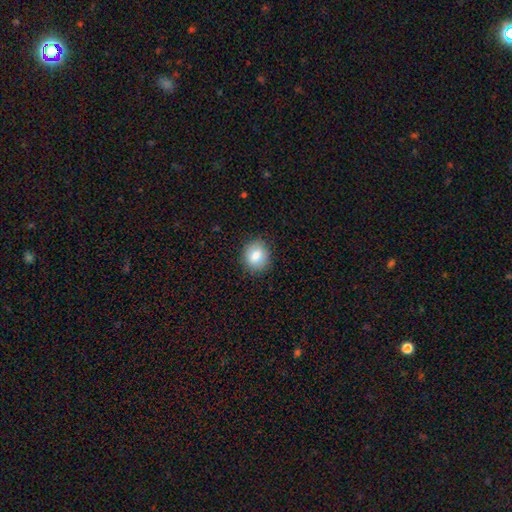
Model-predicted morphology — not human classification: A smooth galaxy with no disk features (83%) that is round (71%). Merging: none (87%).